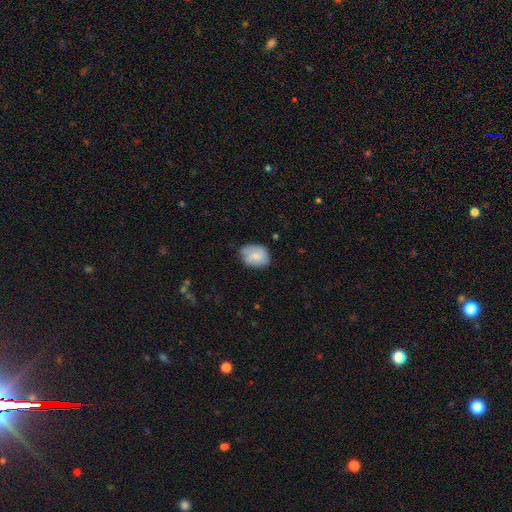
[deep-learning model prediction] smooth-or-featured: smooth: 67% | featured or disk: 26% | star or artifact: 7%
  how-rounded: in between: 62% | round: 37% | cigar-shaped: 1%
  merging: none: 57% | minor disturbance: 33% | major disturbance: 9% | merger: 2%